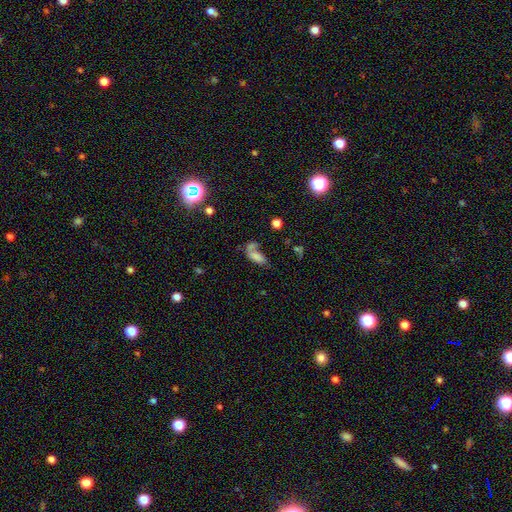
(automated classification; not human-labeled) Q: Smooth or featured?
A: smooth (64%); runner-up: featured or disk (21%)
Q: How rounded?
A: in between (79%); runner-up: cigar-shaped (14%)
Q: Merging?
A: merger (35%); runner-up: none (28%)